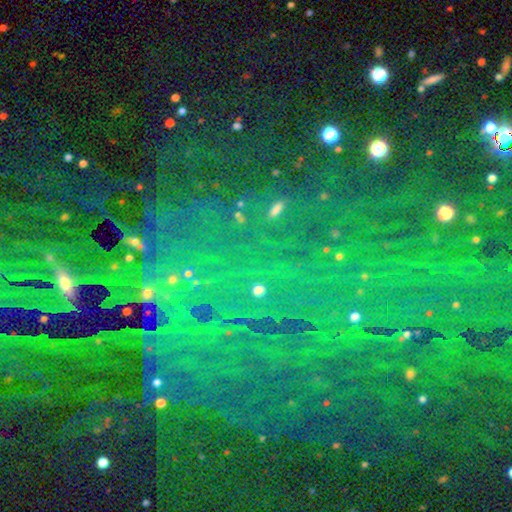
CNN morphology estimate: type=star or artifact (77%).